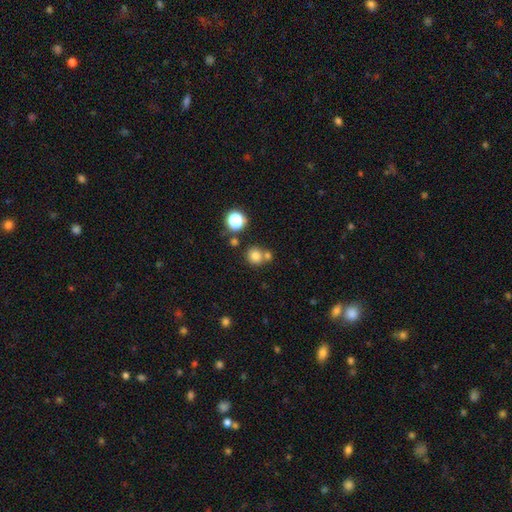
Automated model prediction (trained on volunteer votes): A smooth galaxy with no disk features (77%) that is round (85%). Merging: none (61%).